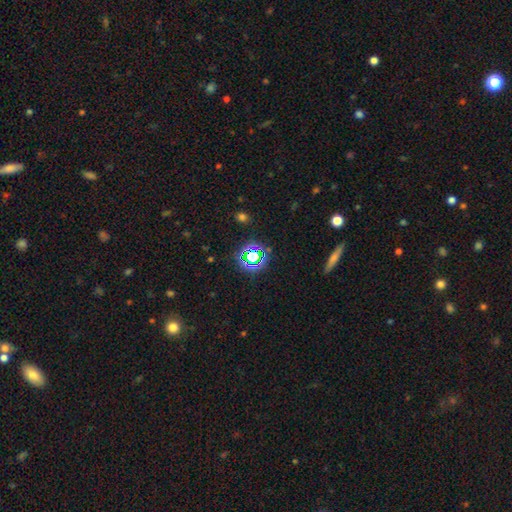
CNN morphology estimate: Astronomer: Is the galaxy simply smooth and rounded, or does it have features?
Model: star or artifact — 68%.